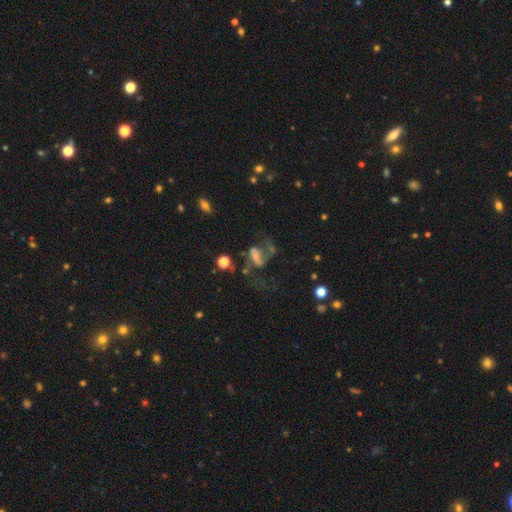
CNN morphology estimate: A featured or disk galaxy (67%) with a weak bar (42%), 2 (80%) loose (54%) spiral arms (82%) and a small central bulge (41%).

Vote fractions:
- Smooth or featured? featured or disk: 67% / smooth: 17% / star or artifact: 16%
- Edge-on disk? no: 96% / yes: 4%
- Bar? weak: 42% / no: 36% / strong: 22%
- Spiral arms? yes: 82% / no: 18%
- Spiral winding? loose: 54% / medium: 37% / tight: 9%
- Spiral arm count? 2: 80% / 1: 10% / can't tell: 6% / 3: 2% / 4: 1% / more than 4: 1%
- Bulge size? small: 41% / moderate: 29% / none: 20% / large: 7% / dominant: 2%
- Merging? none: 42% / major disturbance: 33% / minor disturbance: 16% / merger: 9%